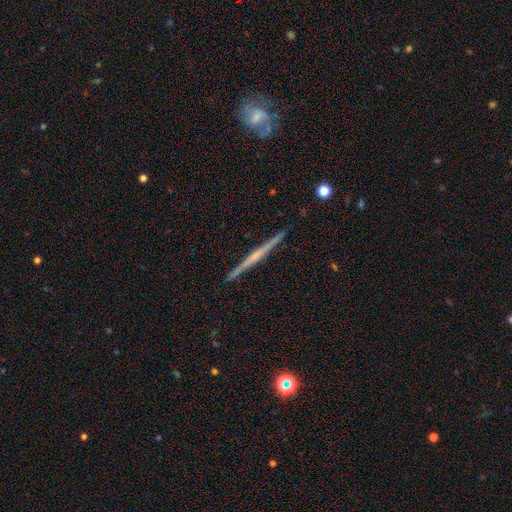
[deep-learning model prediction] Smooth or featured? featured or disk (74%)
Edge-on disk? yes (98%)
Edge-on bulge? none (50%)
Merging? none (92%)